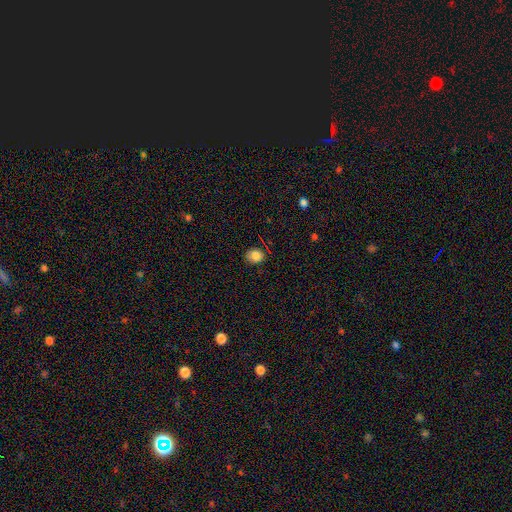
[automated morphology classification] Overall: smooth (83%). How rounded: round (68%; in between 31%). Merging: none (80%).